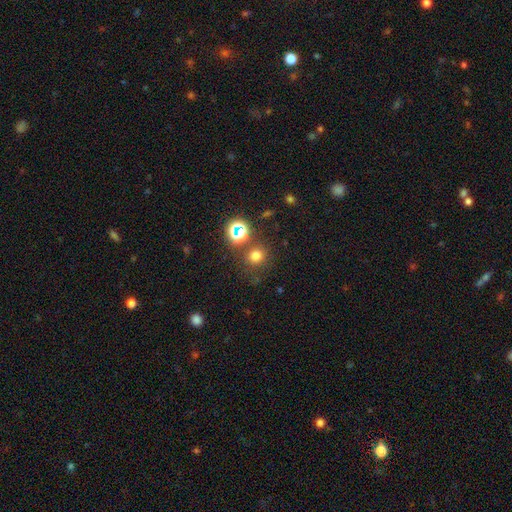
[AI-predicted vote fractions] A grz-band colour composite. It shows a smooth galaxy with no disk features (70%) that is round (87%). Merging: none (77%).